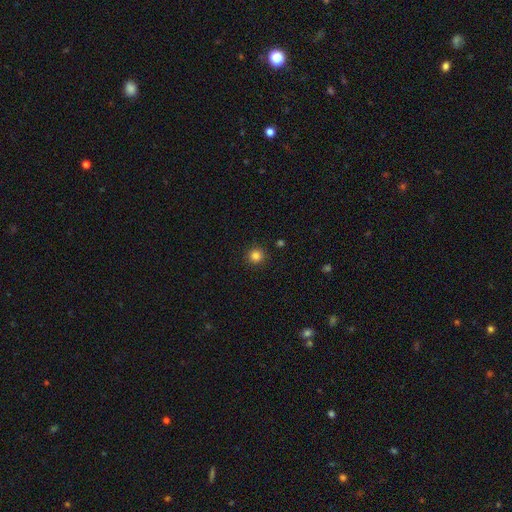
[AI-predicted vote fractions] Overall: smooth (84%). How rounded: round (94%). Merging: none (91%).